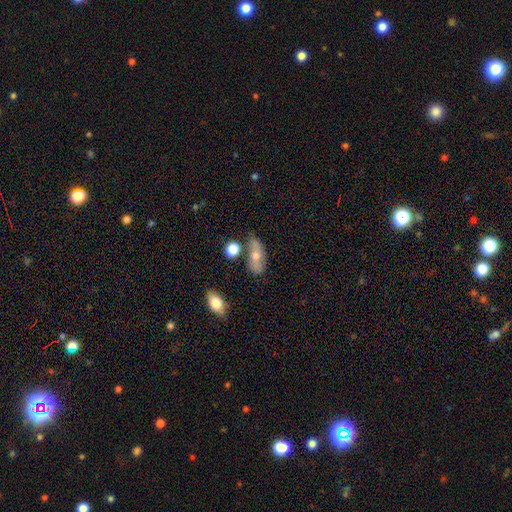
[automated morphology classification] smooth_or_featured: smooth (p=0.61) [alt: featured or disk p=0.30]
how_rounded: in between (p=0.79) [alt: cigar-shaped p=0.13]
merging: none (p=0.58) [alt: minor disturbance p=0.22]